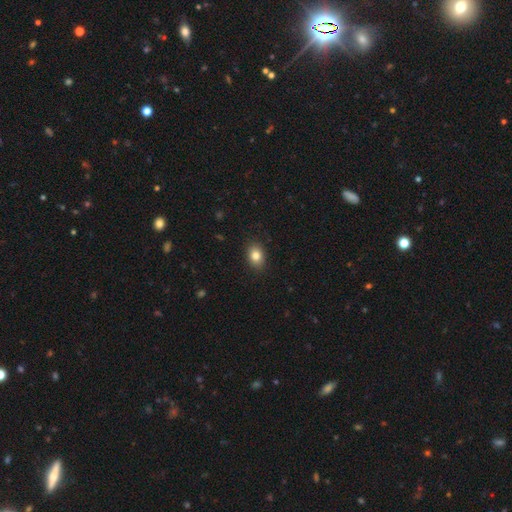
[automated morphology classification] smooth 83%, star or artifact 10%, featured or disk 8%. Down the decision tree: how rounded — in between (71%); merging — none (89%).